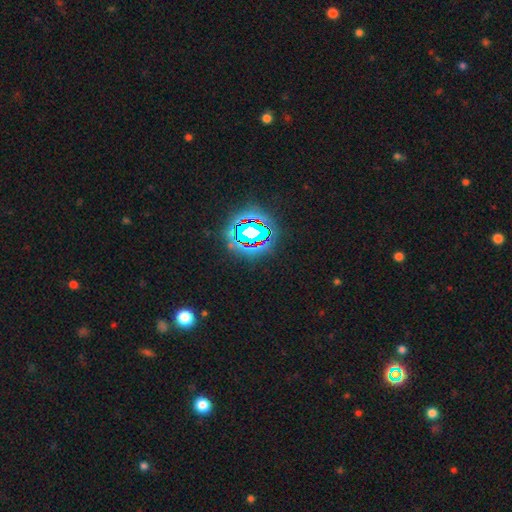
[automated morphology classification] A star or artifact, not a galaxy (78%).